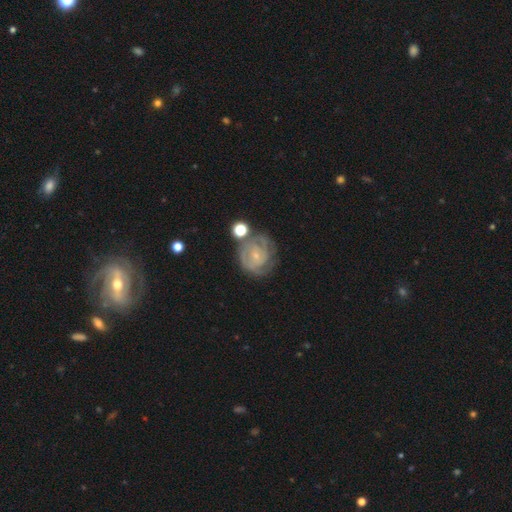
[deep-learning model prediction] Smooth or featured?
  - featured or disk: 80% *
  - smooth: 14%
  - star or artifact: 7%
Edge-on disk?
  - no: 98% *
  - yes: 2%
Bar?
  - no: 69% *
  - weak: 25%
  - strong: 6%
Spiral arms?
  - yes: 91% *
  - no: 9%
Spiral winding?
  - tight: 69% *
  - medium: 25%
  - loose: 6%
Spiral arm count?
  - can't tell: 32% *
  - 2: 31%
  - 3: 21%
  - 4: 7%
  - 1: 5%
  - more than 4: 4%
Bulge size?
  - small: 78% *
  - moderate: 15%
  - none: 4%
  - large: 1%
  - dominant: 1%
Merging?
  - none: 61% *
  - minor disturbance: 19%
  - major disturbance: 10%
  - merger: 9%